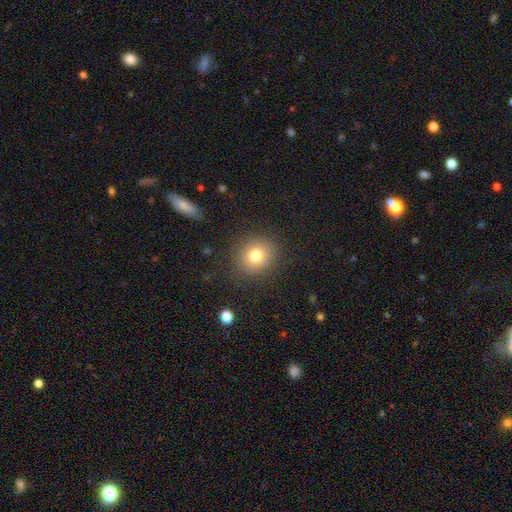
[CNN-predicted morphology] Overall: smooth (77%). How rounded: round (78%). Merging: none (86%).